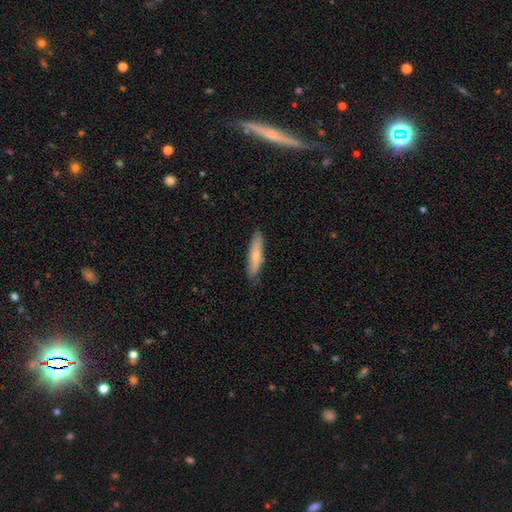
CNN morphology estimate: A smooth galaxy with no disk features (71%) that is cigar-shaped (80%). Merging: none (85%).